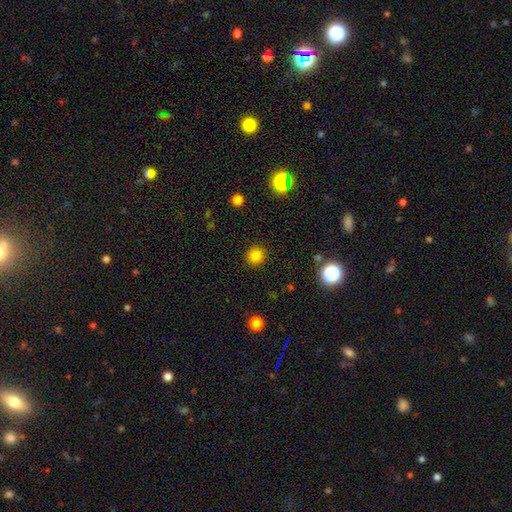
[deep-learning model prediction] Q: Smooth or featured?
A: smooth (82%); runner-up: star or artifact (14%)
Q: How rounded?
A: round (90%); runner-up: in between (9%)
Q: Merging?
A: none (91%); runner-up: minor disturbance (6%)